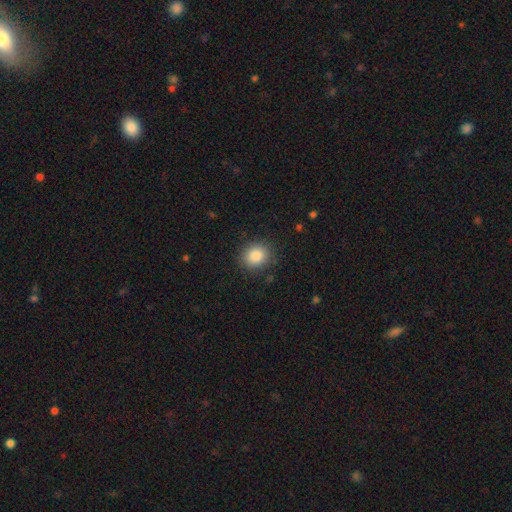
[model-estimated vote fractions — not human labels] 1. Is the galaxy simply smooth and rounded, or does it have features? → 86% smooth, 9% star or artifact, 5% featured or disk.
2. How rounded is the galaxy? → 74% round, 25% in between, 1% cigar-shaped.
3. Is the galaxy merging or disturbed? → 86% none, 9% minor disturbance, 3% major disturbance, 1% merger.